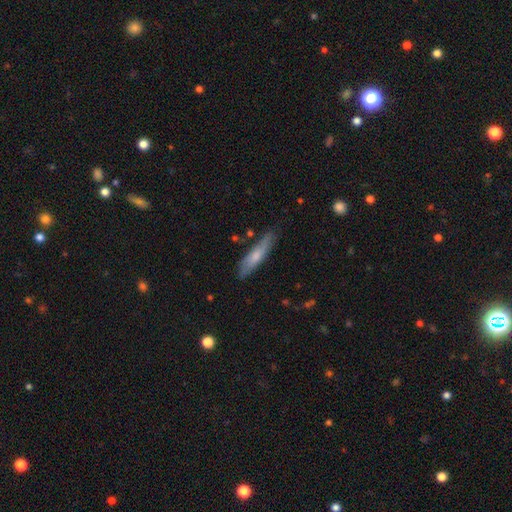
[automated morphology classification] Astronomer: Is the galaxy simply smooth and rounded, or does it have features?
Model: smooth — 61%.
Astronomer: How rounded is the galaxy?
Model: cigar-shaped — 83%.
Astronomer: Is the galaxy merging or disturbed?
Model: none — 79%.